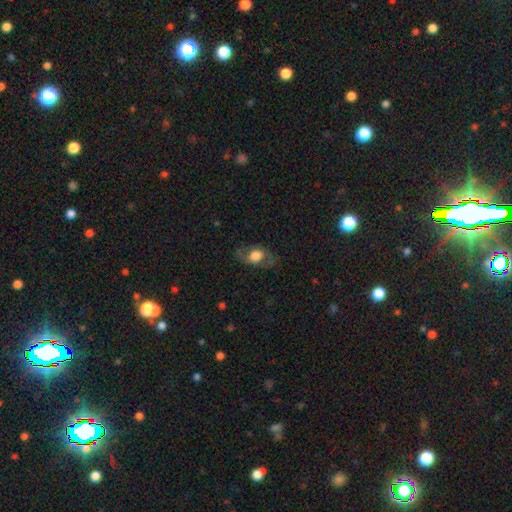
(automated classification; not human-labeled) smooth 50%, featured or disk 42%, star or artifact 8%. Down the decision tree: merging — none (72%).